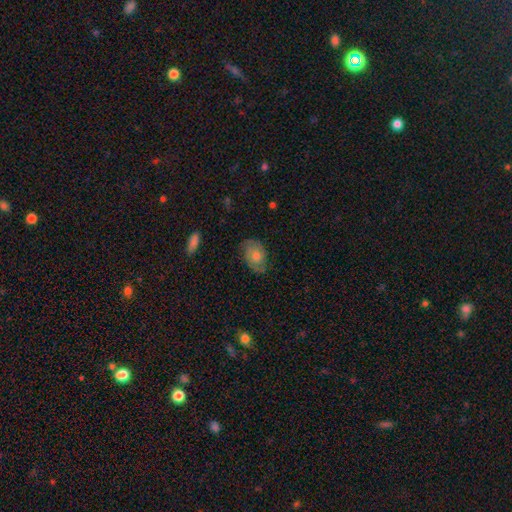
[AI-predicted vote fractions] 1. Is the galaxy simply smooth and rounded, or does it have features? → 46% featured or disk, 45% smooth, 9% star or artifact.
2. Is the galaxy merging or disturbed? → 75% none, 19% minor disturbance, 5% major disturbance, 1% merger.